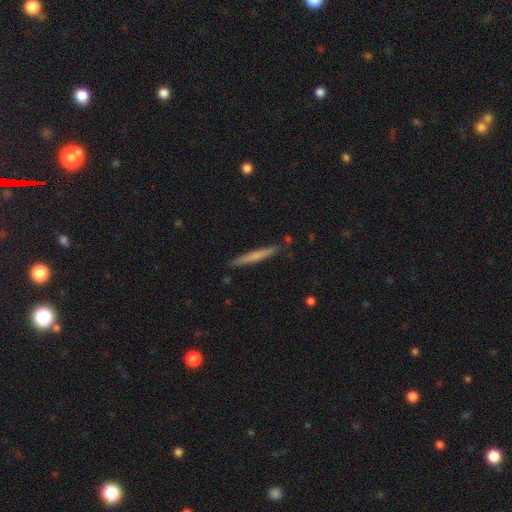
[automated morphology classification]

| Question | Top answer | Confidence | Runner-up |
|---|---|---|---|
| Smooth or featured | smooth | 59% | featured or disk (36%) |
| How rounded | cigar-shaped | 96% | in between (3%) |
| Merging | none | 87% | minor disturbance (9%) |